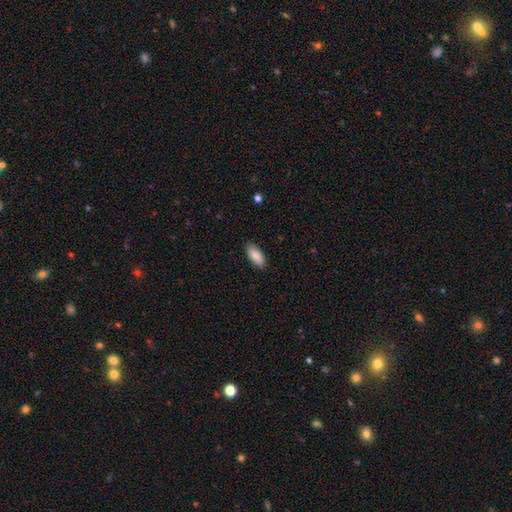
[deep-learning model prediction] Q: Smooth or featured?
A: smooth (89%); runner-up: star or artifact (6%)
Q: How rounded?
A: in between (87%); runner-up: cigar-shaped (11%)
Q: Merging?
A: none (87%); runner-up: minor disturbance (10%)